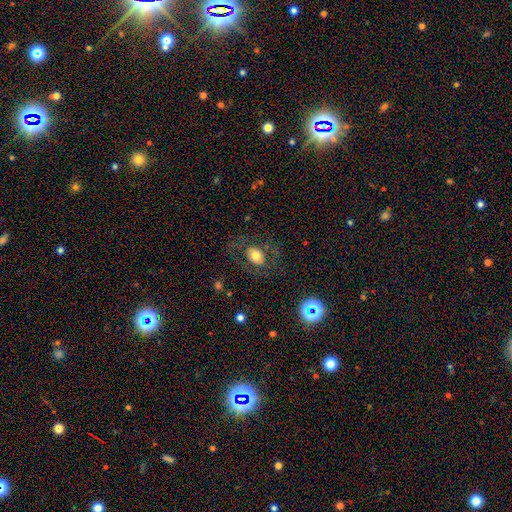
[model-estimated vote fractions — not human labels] Morphology: type=smooth (66%); roundness=in between (67%); merging=none (73%).